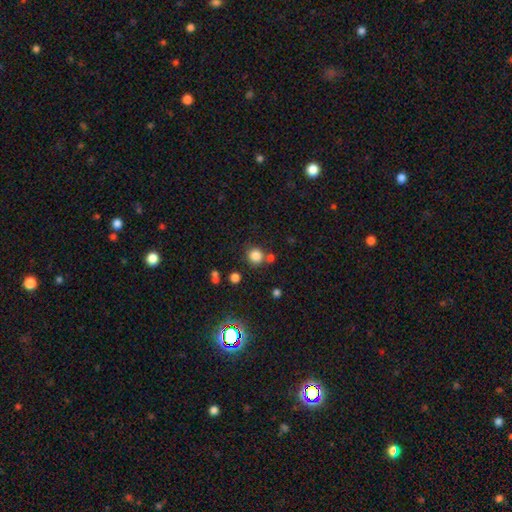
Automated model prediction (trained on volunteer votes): Smooth or featured? smooth (82%)
How rounded? round (91%)
Merging? none (74%)